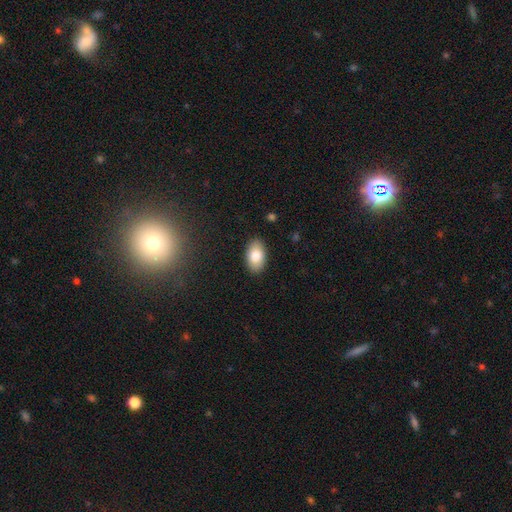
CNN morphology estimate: Q: Smooth or featured?
A: smooth (82%); runner-up: featured or disk (12%)
Q: How rounded?
A: in between (93%); runner-up: round (5%)
Q: Merging?
A: none (88%); runner-up: minor disturbance (9%)